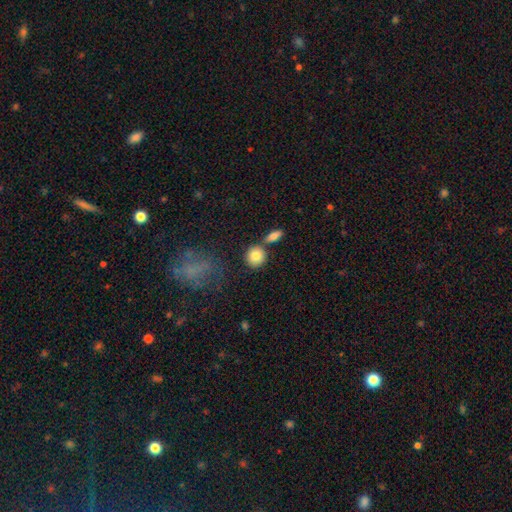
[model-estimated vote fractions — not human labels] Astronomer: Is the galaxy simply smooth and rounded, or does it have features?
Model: smooth — 84%.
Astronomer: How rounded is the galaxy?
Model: round — 82%.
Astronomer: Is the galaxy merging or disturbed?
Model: none — 71%.